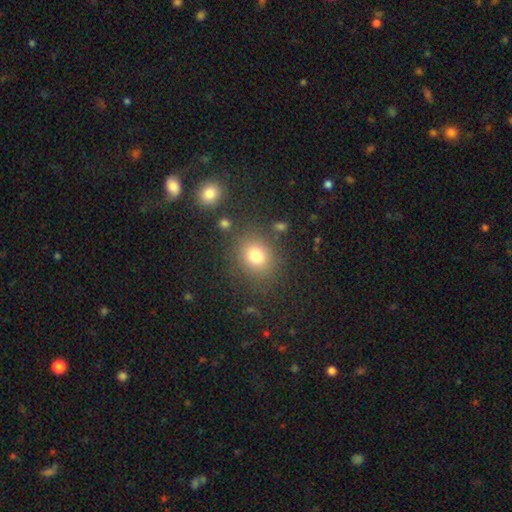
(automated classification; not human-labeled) smooth 76%, star or artifact 15%, featured or disk 9%. Down the decision tree: how rounded — round (69%); merging — none (81%).